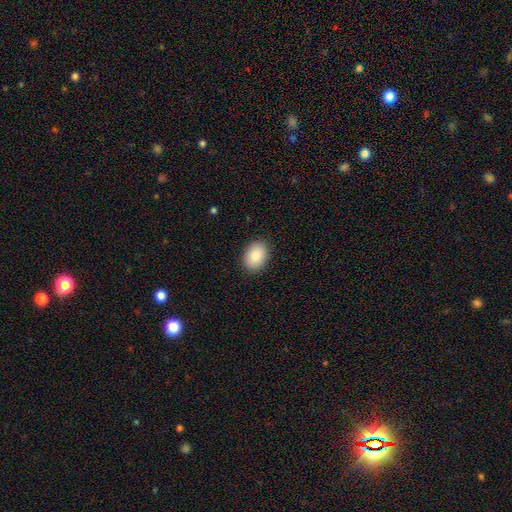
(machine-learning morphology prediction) Overall: smooth (89%). How rounded: in between (78%). Merging: none (89%).